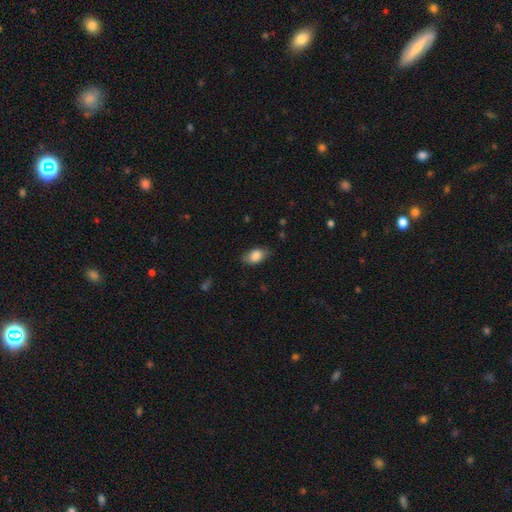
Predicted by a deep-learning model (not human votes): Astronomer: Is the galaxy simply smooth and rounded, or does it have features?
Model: smooth — 84%.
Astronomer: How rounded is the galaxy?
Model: in between — 90%.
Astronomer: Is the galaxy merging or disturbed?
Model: none — 78%.